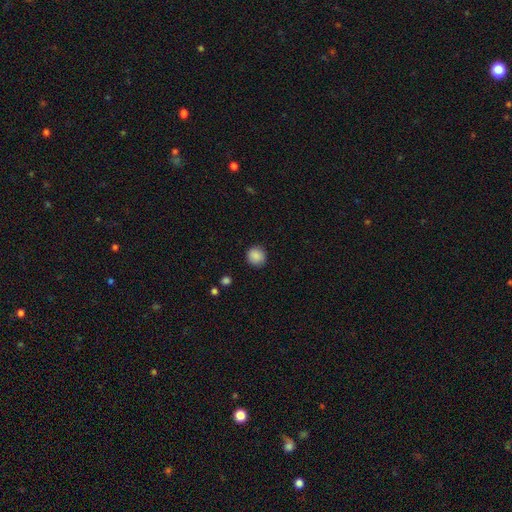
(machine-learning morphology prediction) smooth-or-featured: smooth: 88% | star or artifact: 9% | featured or disk: 3%
  how-rounded: round: 91% | in between: 8% | cigar-shaped: 1%
  merging: none: 89% | minor disturbance: 8% | major disturbance: 2% | merger: 1%